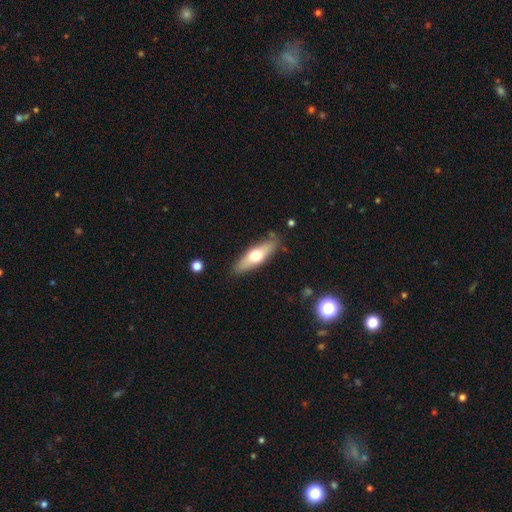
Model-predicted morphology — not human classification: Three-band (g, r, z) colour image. It shows a smooth galaxy with no disk features (52%) that is cigar-shaped (56%). Merging: none (85%).